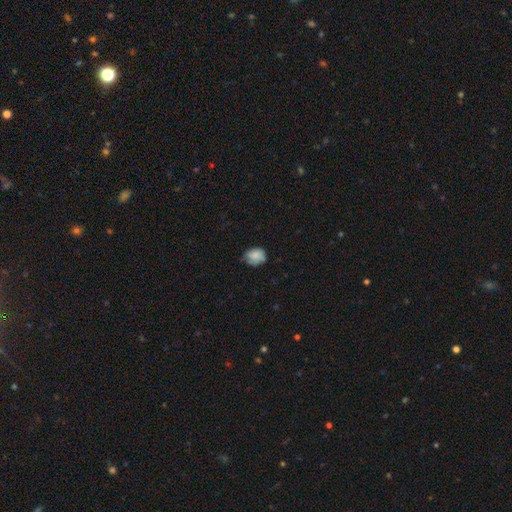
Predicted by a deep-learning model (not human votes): This appears to be a smooth galaxy with no disk features (81%) that is in between round and cigar-shaped (50%). Merging: none (55%).